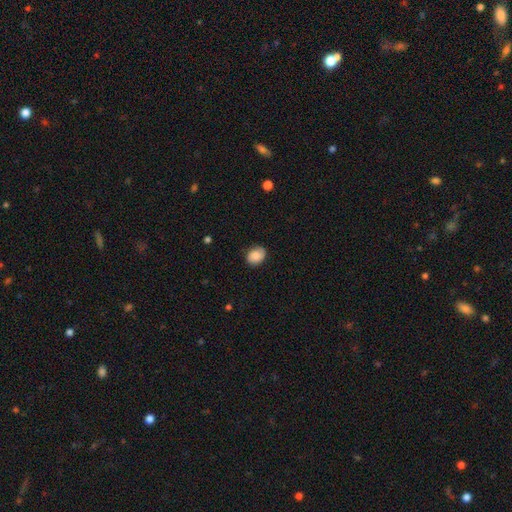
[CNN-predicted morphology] Smooth or featured: smooth — 79% (featured or disk — 13%)
How rounded: in between — 57% (round — 42%)
Merging: none — 78% (minor disturbance — 17%)